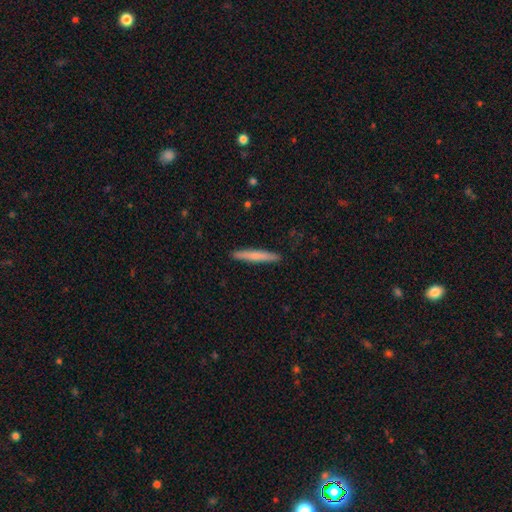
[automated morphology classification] This appears to be a smooth galaxy with no disk features (64%) that is cigar-shaped (95%). Merging: none (91%).